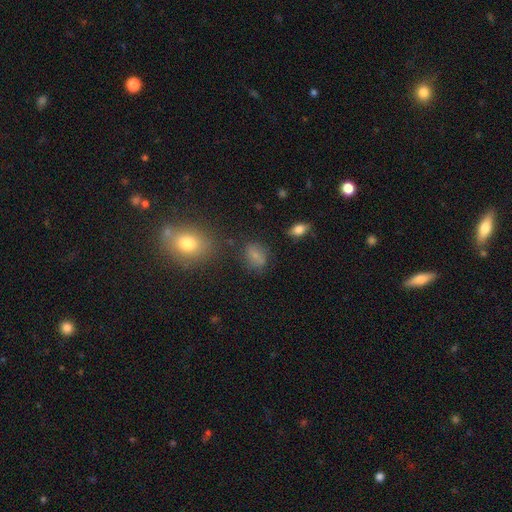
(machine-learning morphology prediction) A smooth galaxy with no disk features (73%) that is in between round and cigar-shaped (58%). Merging: none (71%).